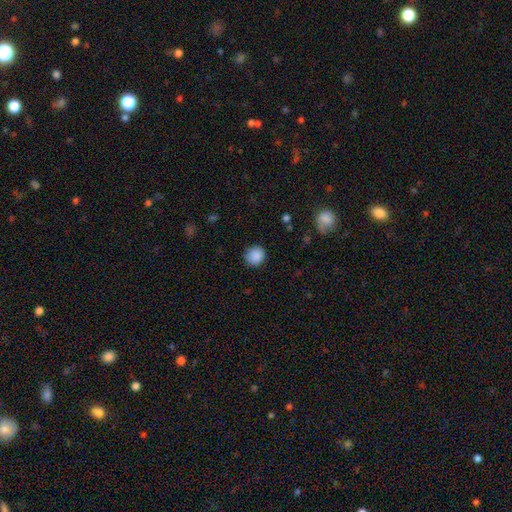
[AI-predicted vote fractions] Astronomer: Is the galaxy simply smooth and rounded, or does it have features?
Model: smooth — 88%.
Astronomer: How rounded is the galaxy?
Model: round — 88%.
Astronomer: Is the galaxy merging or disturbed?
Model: none — 86%.